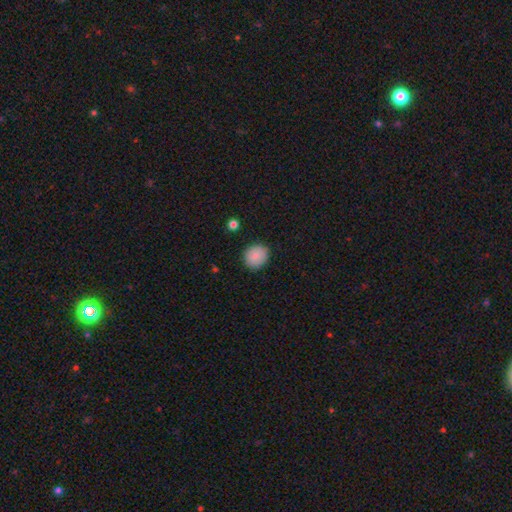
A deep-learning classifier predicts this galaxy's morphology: A smooth galaxy with no disk features (87%) that is round (77%). Merging: none (88%).